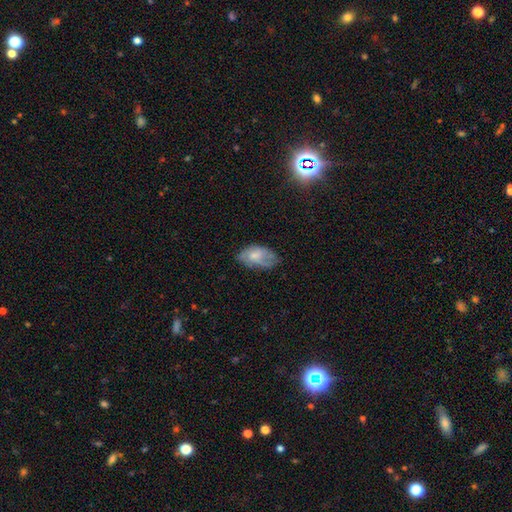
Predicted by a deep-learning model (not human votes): A smooth galaxy with no disk features (54%) that is in between round and cigar-shaped (92%). Merging: none (50%).